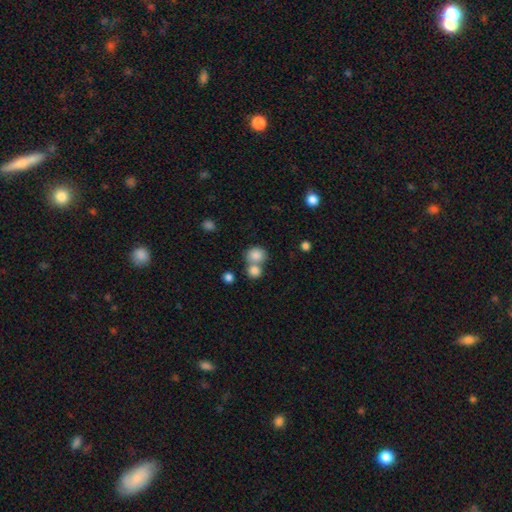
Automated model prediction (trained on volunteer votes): This appears to be a smooth galaxy with no disk features (82%) that is round (71%). Merging: merger (46%).